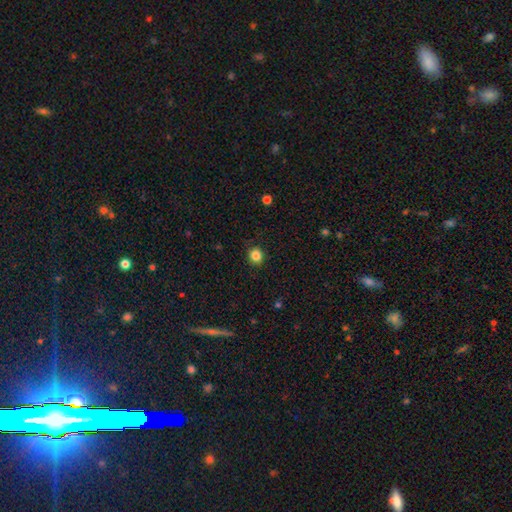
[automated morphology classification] type=smooth (84%); roundness=round (86%); merging=none (90%).